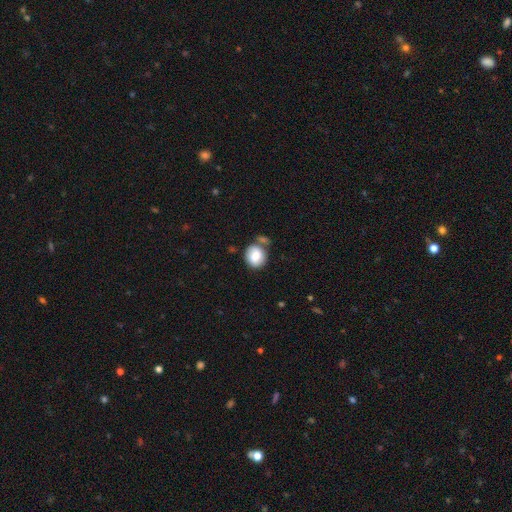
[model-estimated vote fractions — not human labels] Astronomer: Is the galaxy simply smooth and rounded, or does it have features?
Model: smooth — 76%.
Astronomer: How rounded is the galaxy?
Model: round — 71%.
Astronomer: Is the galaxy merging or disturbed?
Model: none — 57%.